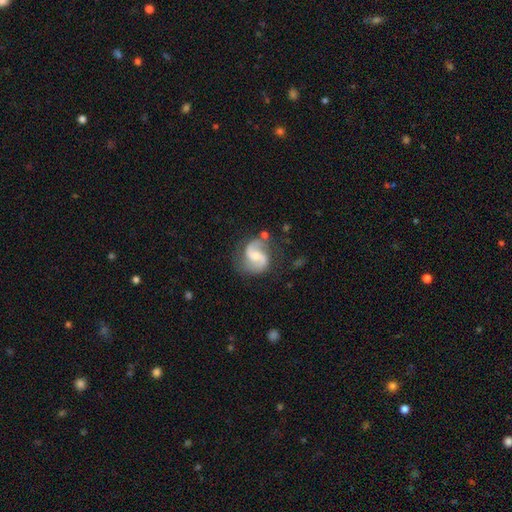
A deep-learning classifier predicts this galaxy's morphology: Smooth or featured: featured or disk — 84% (smooth — 11%)
Edge-on disk: no — 98% (yes — 2%)
Bar: weak — 46% (no — 40%)
Spiral arms: yes — 96% (no — 4%)
Spiral winding: medium — 49% (loose — 39%)
Spiral arm count: 2 — 92% (can't tell — 3%)
Bulge size: moderate — 45% (small — 44%)
Merging: none — 70% (minor disturbance — 18%)